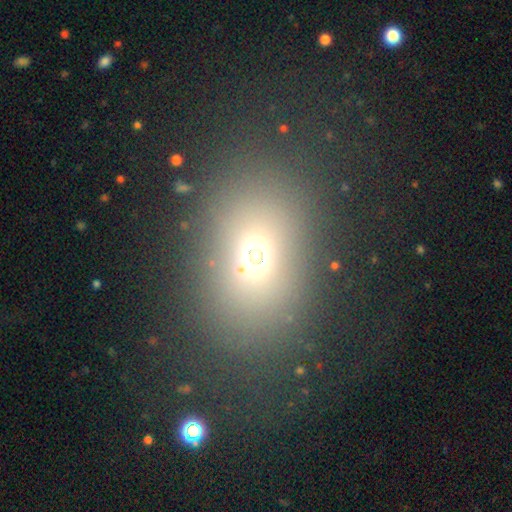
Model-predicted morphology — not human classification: A smooth galaxy with no disk features (66%) that is in between round and cigar-shaped (69%). Merging: none (75%).